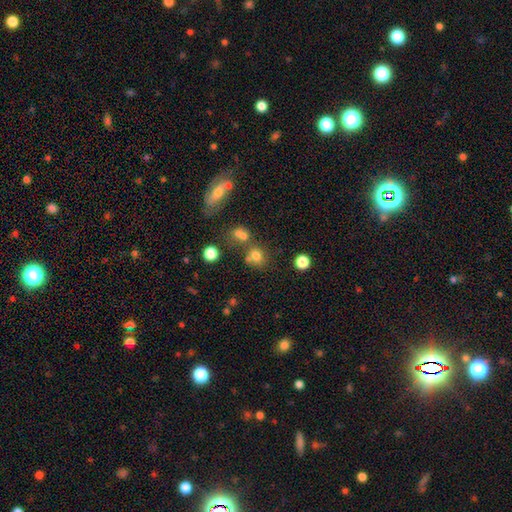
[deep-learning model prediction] A smooth galaxy with no disk features (73%) that is round (74%). Merging: none (55%).